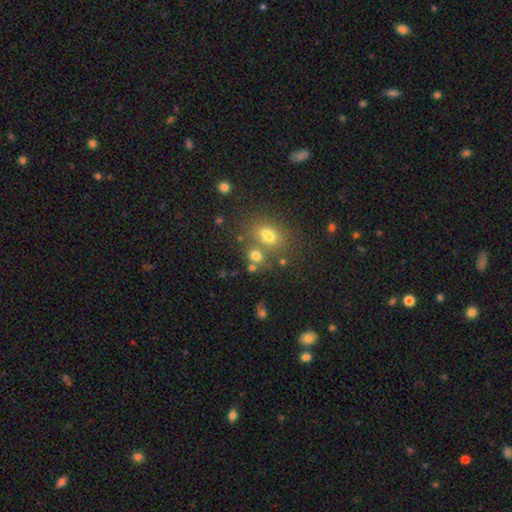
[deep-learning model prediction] The model was most divided on "how rounded": round: 52%, in between: 47%, cigar-shaped: 2%. Remaining: smooth or featured — smooth (69%); merging — none (49%).